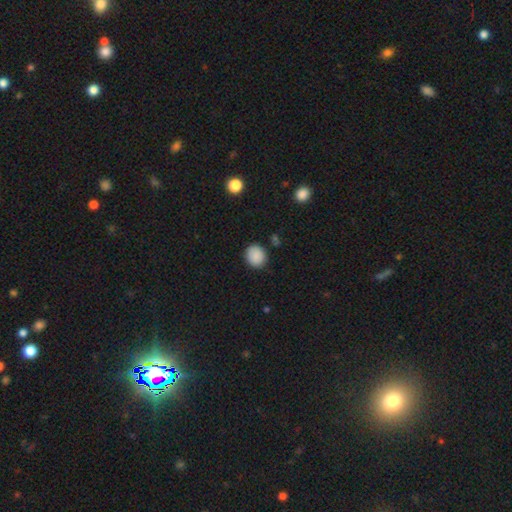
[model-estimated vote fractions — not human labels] Morphology: type=smooth (88%); roundness=round (77%); merging=none (87%).